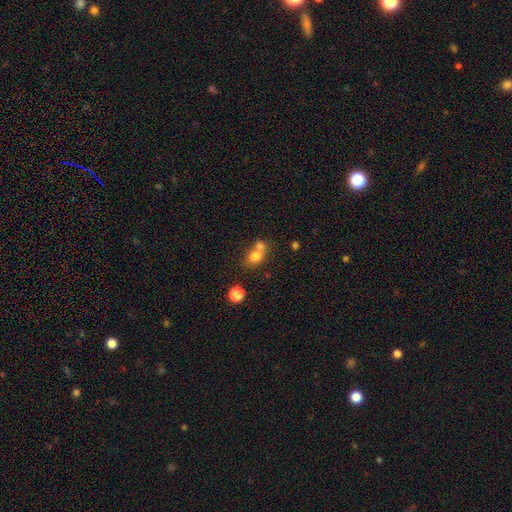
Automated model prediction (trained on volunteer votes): Smooth or featured? smooth (75%)
How rounded? round (61%)
Merging? merger (56%)